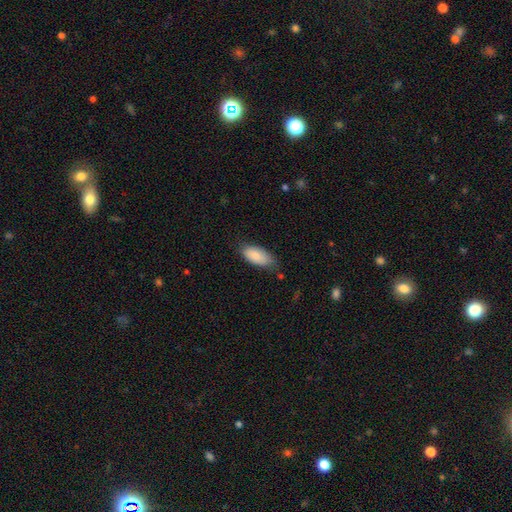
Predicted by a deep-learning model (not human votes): smooth_or_featured: smooth (p=0.86) [alt: featured or disk p=0.07]
how_rounded: in between (p=0.92) [alt: cigar-shaped p=0.06]
merging: none (p=0.65) [alt: minor disturbance p=0.28]